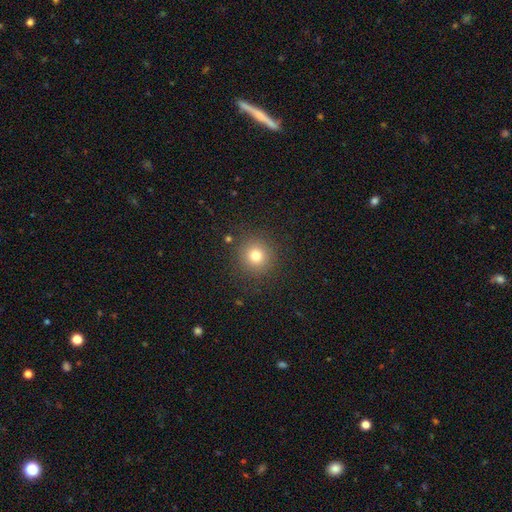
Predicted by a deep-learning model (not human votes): smooth-or-featured: smooth: 78% | star or artifact: 14% | featured or disk: 8%
  how-rounded: round: 93% | in between: 6% | cigar-shaped: 1%
  merging: none: 89% | minor disturbance: 7% | major disturbance: 3% | merger: 1%